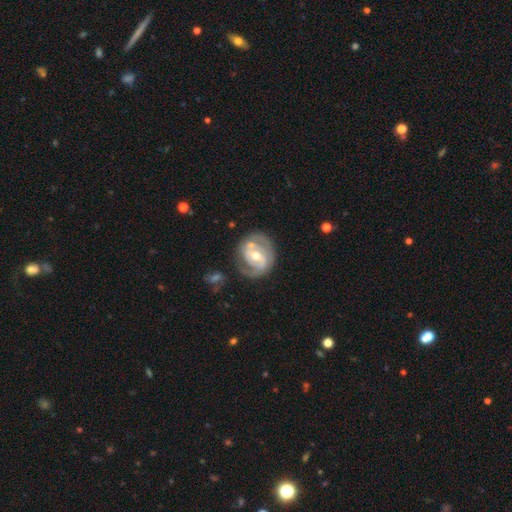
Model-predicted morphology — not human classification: This appears to be a featured or disk galaxy (80%) with a weak bar (40%), 2 (69%) tight (49%) spiral arms (82%) and a moderate central bulge (71%). Merging: none (65%).